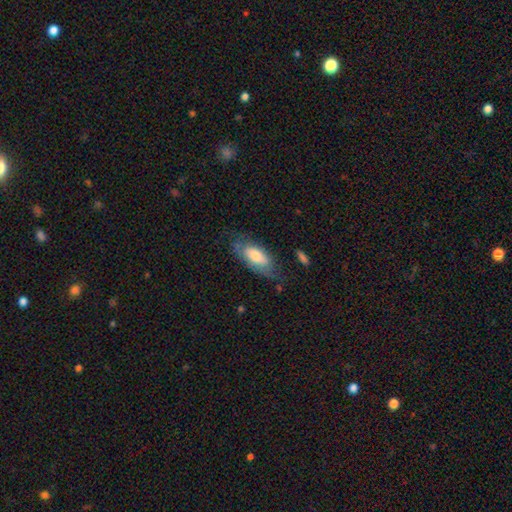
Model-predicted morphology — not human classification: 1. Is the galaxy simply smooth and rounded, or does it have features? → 62% smooth, 32% featured or disk, 6% star or artifact.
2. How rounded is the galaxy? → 83% in between, 14% cigar-shaped, 3% round.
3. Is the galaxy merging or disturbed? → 60% none, 26% minor disturbance, 12% major disturbance, 2% merger.